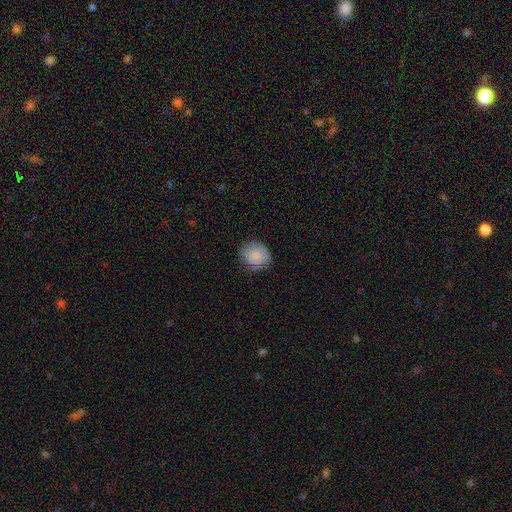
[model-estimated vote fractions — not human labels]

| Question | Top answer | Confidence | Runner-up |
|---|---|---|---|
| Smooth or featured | smooth | 81% | featured or disk (12%) |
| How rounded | round | 81% | in between (18%) |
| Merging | none | 74% | minor disturbance (20%) |